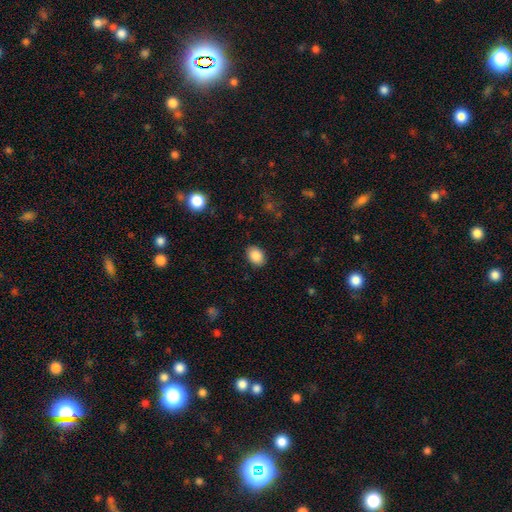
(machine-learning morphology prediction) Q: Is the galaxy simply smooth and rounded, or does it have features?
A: smooth — 88%.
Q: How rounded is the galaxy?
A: in between — 73%.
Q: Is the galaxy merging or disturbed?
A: none — 89%.